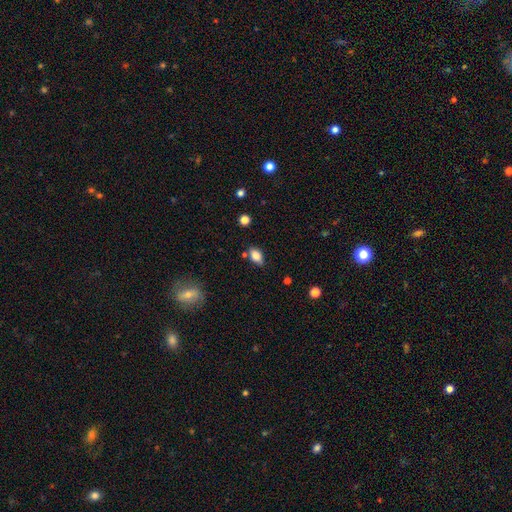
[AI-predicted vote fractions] Morphology: type=smooth (82%); roundness=in between (89%); merging=none (77%).